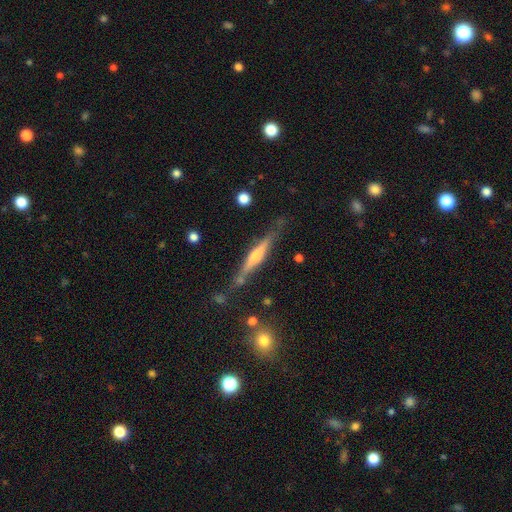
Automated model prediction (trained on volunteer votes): Smooth or featured?
  - featured or disk: 71% *
  - smooth: 22%
  - star or artifact: 7%
Edge-on disk?
  - yes: 96% *
  - no: 4%
Edge-on bulge?
  - rounded: 74% *
  - boxy: 14%
  - none: 12%
Merging?
  - none: 78% *
  - minor disturbance: 15%
  - merger: 4%
  - major disturbance: 3%